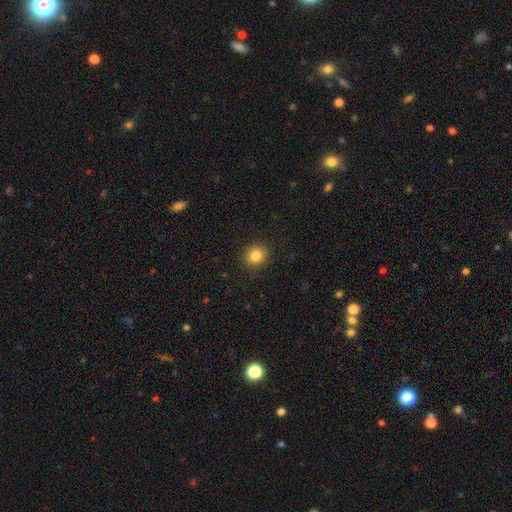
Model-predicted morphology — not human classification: type=smooth (84%); roundness=round (85%); merging=none (91%).